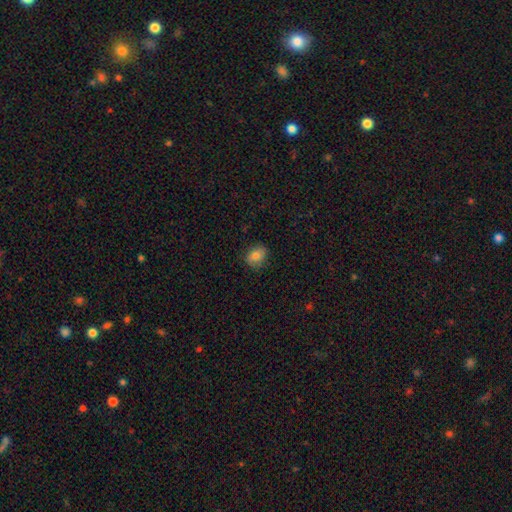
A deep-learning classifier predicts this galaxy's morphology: Smooth or featured? smooth (81%)
How rounded? in between (58%)
Merging? none (80%)